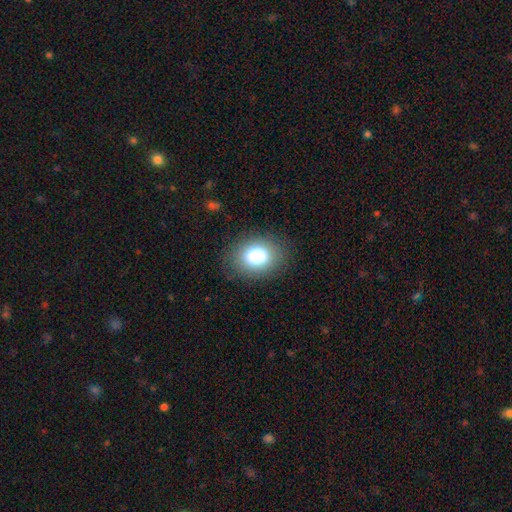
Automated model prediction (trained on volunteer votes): This is clearly a smooth galaxy (81%). How rounded: possibly in between (59%). Merging: clearly none (83%).